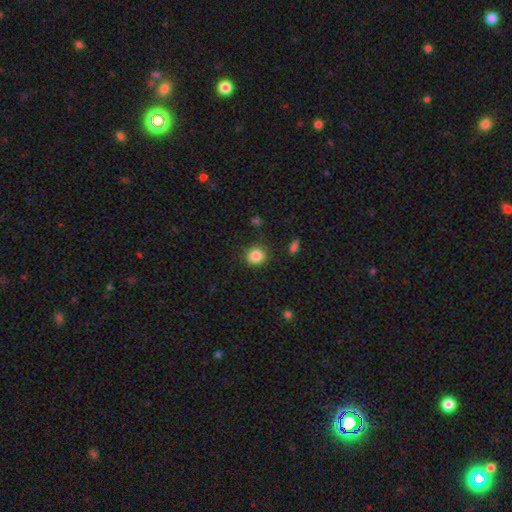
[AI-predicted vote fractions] Overall: smooth (86%). How rounded: round (80%). Merging: none (84%).